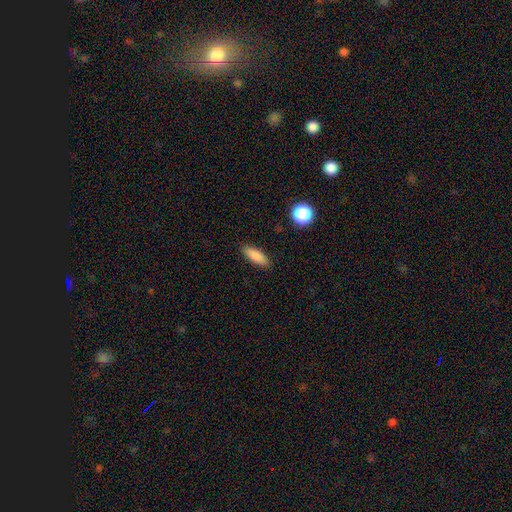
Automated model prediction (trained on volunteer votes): The model was most divided on "how rounded": in between: 61%, cigar-shaped: 36%, round: 3%. More confident: merging — none (88%); smooth or featured — smooth (86%).